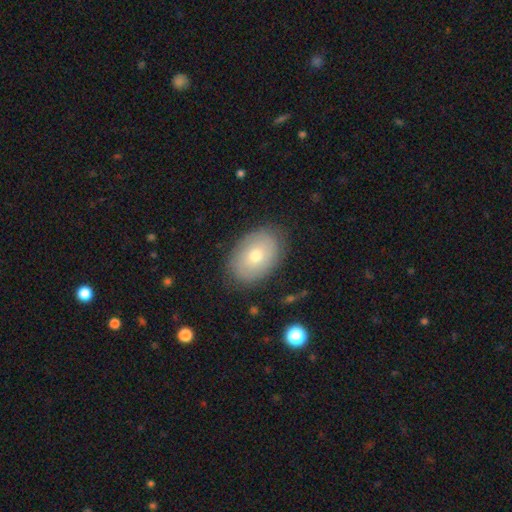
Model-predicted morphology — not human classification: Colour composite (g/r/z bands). It shows a smooth galaxy with no disk features (65%) that is in between round and cigar-shaped (84%). Merging: none (82%).